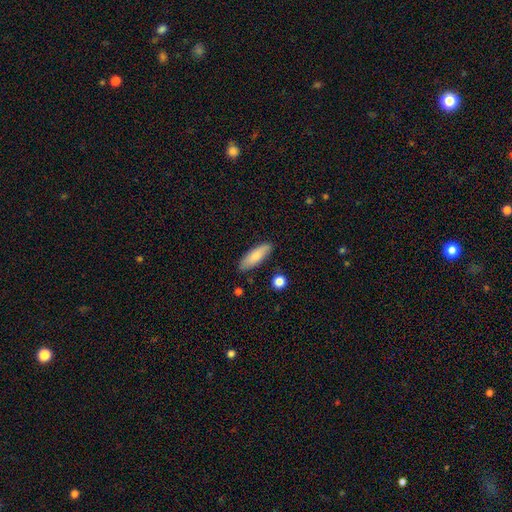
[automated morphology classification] Smooth or featured? smooth (80%)
How rounded? in between (55%)
Merging? none (83%)